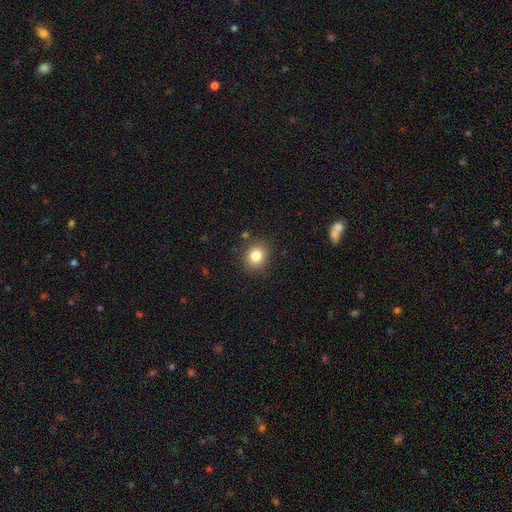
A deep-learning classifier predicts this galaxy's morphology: Overall: smooth (83%). How rounded: round (70%). Merging: none (86%).